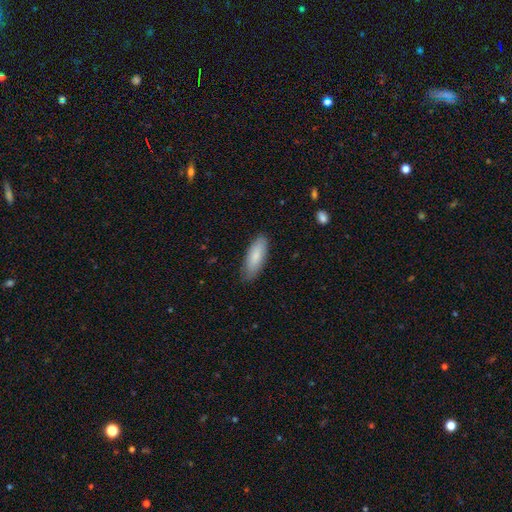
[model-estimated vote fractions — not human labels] This is clearly a smooth galaxy (84%). How rounded: likely in between (67%). Merging: clearly none (83%).